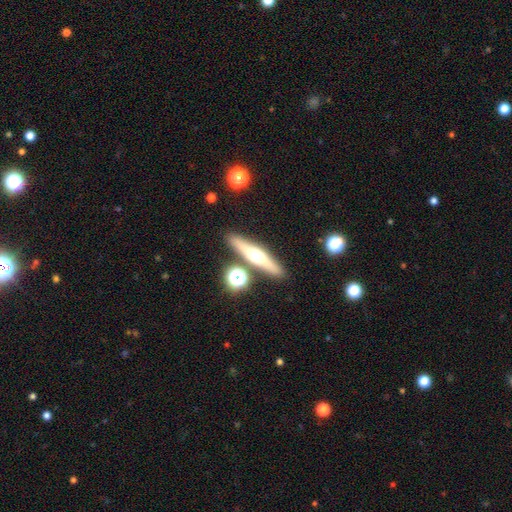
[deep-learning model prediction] Smooth or featured? Predicted: featured or disk (p=0.57). Edge-on disk? Predicted: yes (p=0.93). Edge-on bulge? Predicted: rounded (p=0.93). Merging? Predicted: none (p=0.83).